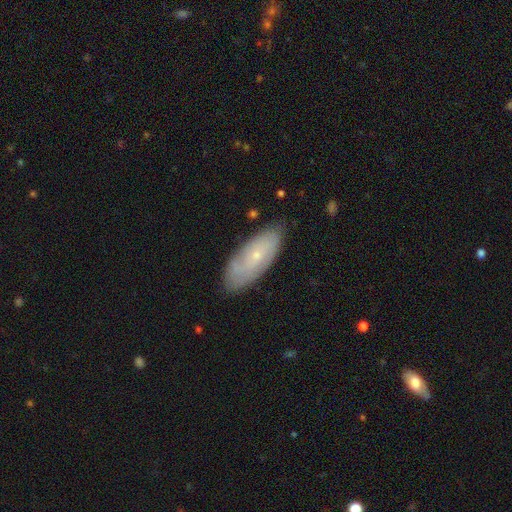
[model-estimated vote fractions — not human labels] Morphology: type=featured or disk (50%); merging=none (78%).